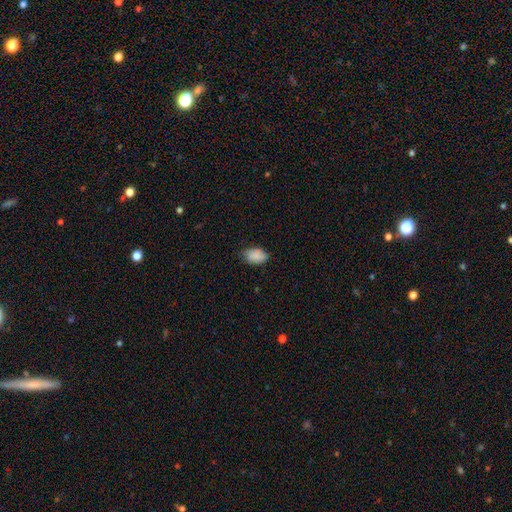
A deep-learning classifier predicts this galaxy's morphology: type=smooth (88%); roundness=in between (89%); merging=none (73%).